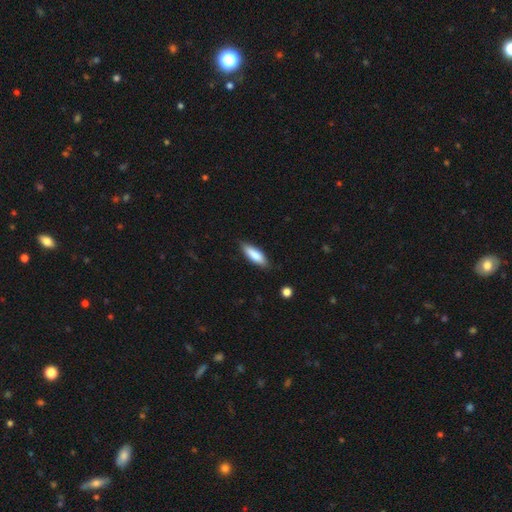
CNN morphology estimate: smooth_or_featured: smooth (p=0.82) [alt: featured or disk p=0.13]
how_rounded: in between (p=0.55) [alt: cigar-shaped p=0.43]
merging: none (p=0.82) [alt: minor disturbance p=0.15]